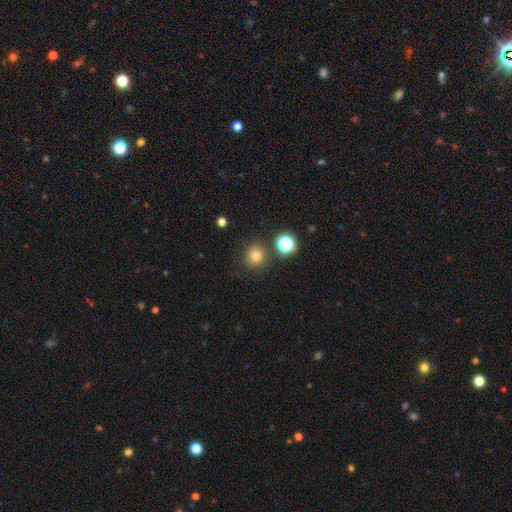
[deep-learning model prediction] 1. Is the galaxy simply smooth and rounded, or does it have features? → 77% smooth, 16% star or artifact, 6% featured or disk.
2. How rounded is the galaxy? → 92% round, 8% in between, 1% cigar-shaped.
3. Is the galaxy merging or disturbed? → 84% none, 8% minor disturbance, 5% merger, 3% major disturbance.